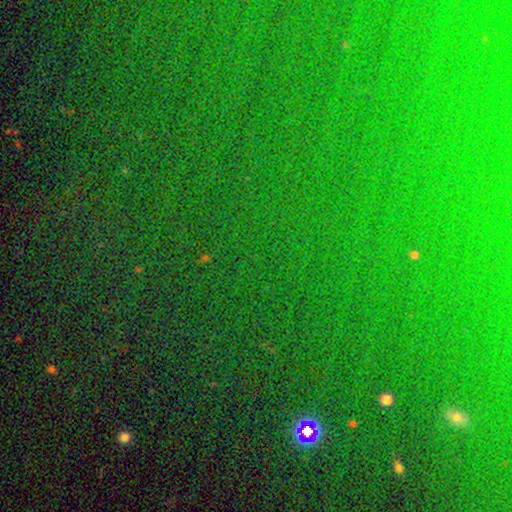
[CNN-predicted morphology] type=star or artifact (81%).